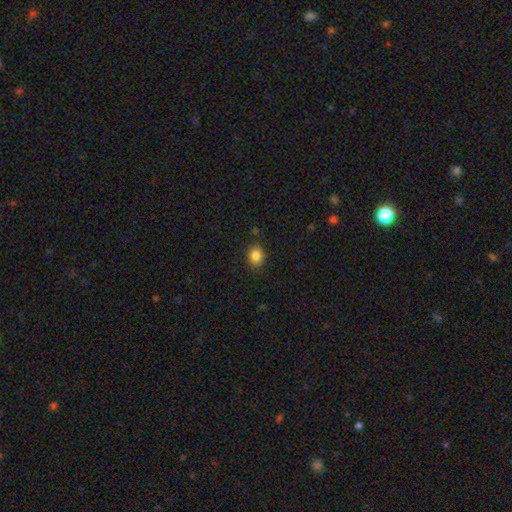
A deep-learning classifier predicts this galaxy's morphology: A smooth galaxy with no disk features (85%) that is round (51%).

Vote fractions:
- Smooth or featured? smooth: 85% / star or artifact: 10% / featured or disk: 4%
- How rounded? round: 51% / in between: 49% / cigar-shaped: 1%
- Merging? none: 84% / minor disturbance: 11% / major disturbance: 3% / merger: 2%